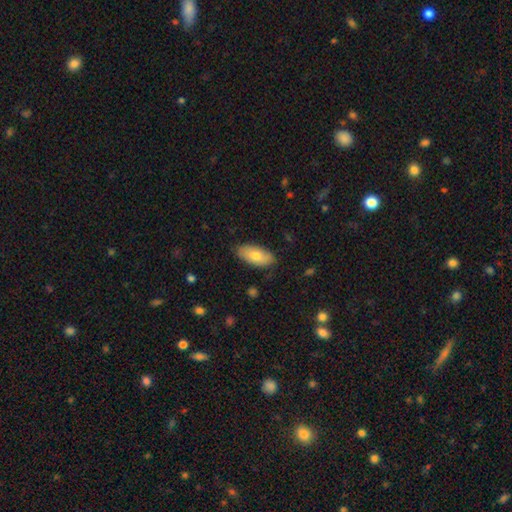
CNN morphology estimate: A smooth galaxy with no disk features (74%) that is in between round and cigar-shaped (91%). Merging: none (84%).